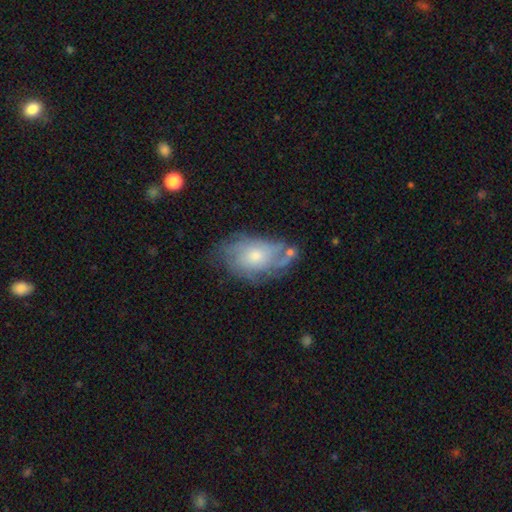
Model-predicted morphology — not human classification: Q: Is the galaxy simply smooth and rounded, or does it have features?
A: featured or disk — 62%.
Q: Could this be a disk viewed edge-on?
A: no — 95%.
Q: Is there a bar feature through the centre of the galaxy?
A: no — 81%.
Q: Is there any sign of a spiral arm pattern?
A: yes — 77%.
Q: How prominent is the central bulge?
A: moderate — 49%.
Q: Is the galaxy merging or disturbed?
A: none — 53%.